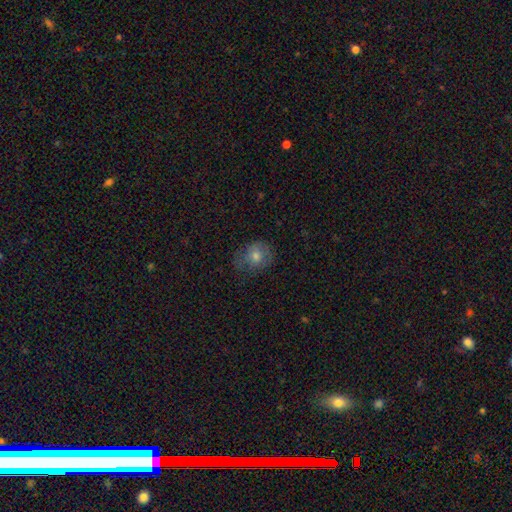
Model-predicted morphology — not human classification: This is likely a smooth galaxy (68%). How rounded: likely round (67%). Merging: likely none (61%).